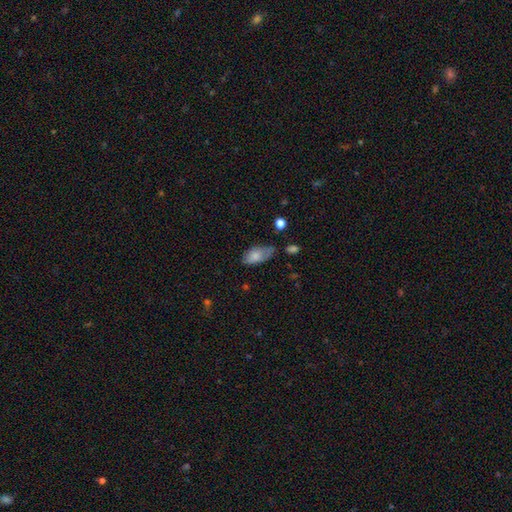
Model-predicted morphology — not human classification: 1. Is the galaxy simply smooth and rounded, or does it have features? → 78% smooth, 15% featured or disk, 7% star or artifact.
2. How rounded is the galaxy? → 91% in between, 4% cigar-shaped, 4% round.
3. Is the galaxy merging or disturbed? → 43% none, 40% minor disturbance, 13% major disturbance, 4% merger.